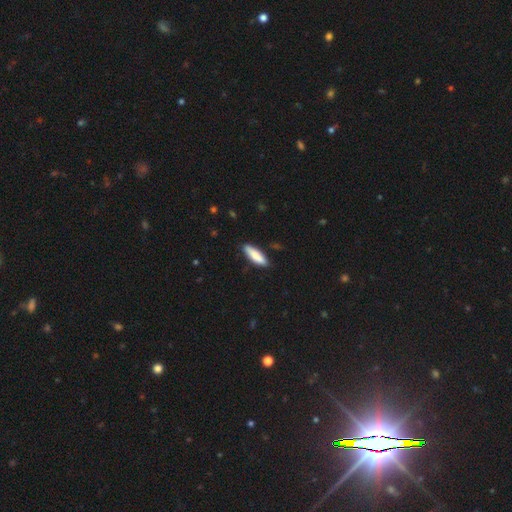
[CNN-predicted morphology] Smooth or featured?
  - smooth: 81% *
  - featured or disk: 14%
  - star or artifact: 5%
How rounded?
  - cigar-shaped: 58% *
  - in between: 41%
  - round: 2%
Merging?
  - none: 87% *
  - minor disturbance: 10%
  - major disturbance: 2%
  - merger: 1%